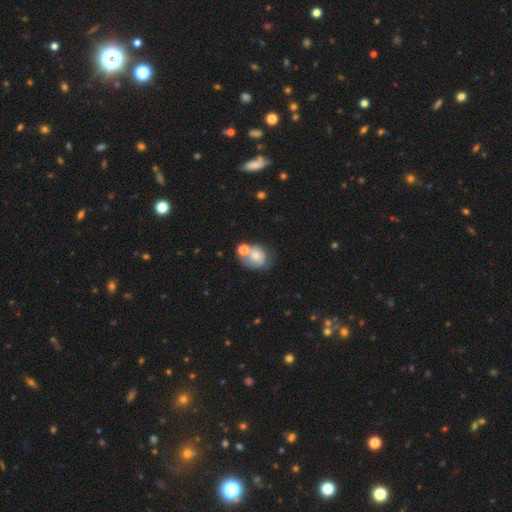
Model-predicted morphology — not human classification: This appears to be a smooth galaxy with no disk features (50%) that is round (60%). Merging: merger (36%).